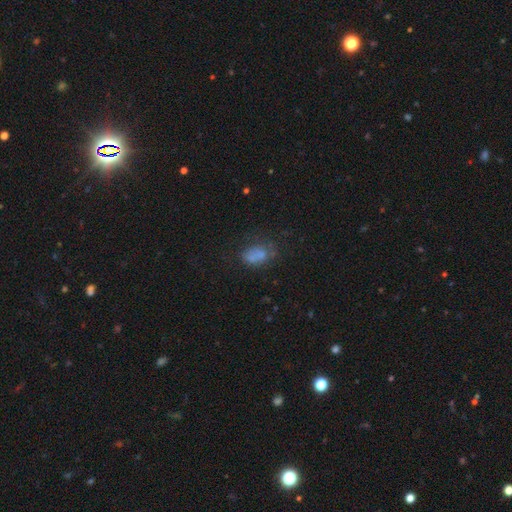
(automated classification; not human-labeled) This appears to be a smooth galaxy with no disk features (66%) that is in between round and cigar-shaped (82%). Merging: none (47%).